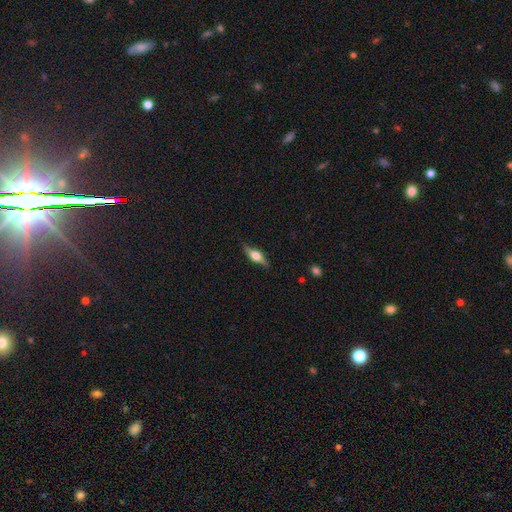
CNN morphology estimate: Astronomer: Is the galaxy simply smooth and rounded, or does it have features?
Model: featured or disk — 62%.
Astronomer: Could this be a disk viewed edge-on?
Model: yes — 94%.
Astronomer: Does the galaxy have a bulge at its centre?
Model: rounded — 91%.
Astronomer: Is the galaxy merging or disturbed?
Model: none — 83%.